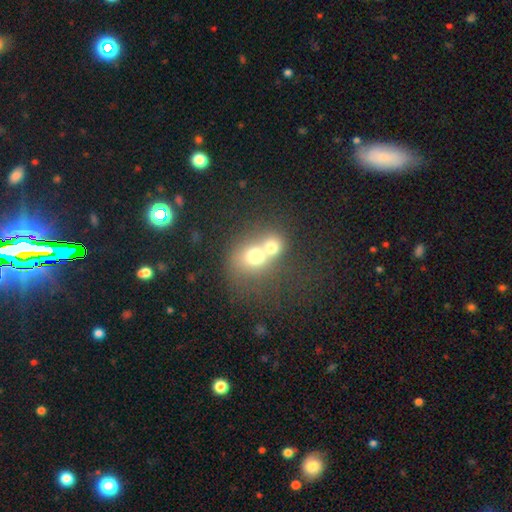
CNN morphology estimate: This appears to be a smooth galaxy with no disk features (66%) that is round (69%). Merging: merger (73%).